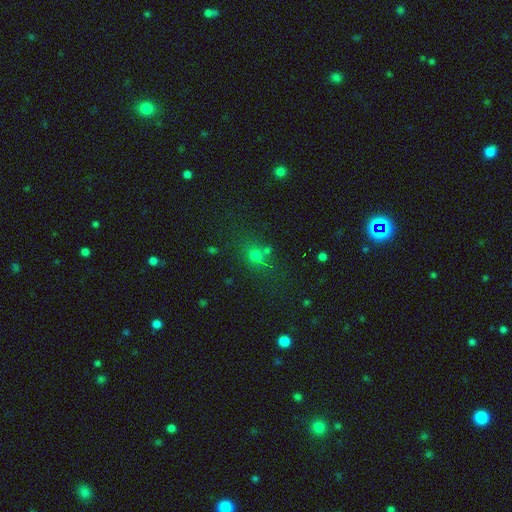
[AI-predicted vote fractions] The model was most divided on "smooth or featured": smooth: 65%, star or artifact: 24%, featured or disk: 11%. More confident: how rounded — round (70%); merging — none (65%).